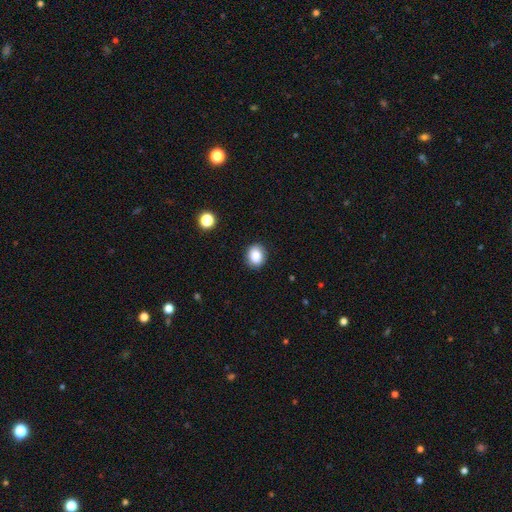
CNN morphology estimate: A smooth galaxy with no disk features (85%) that is round (58%).

Vote fractions:
- Smooth or featured? smooth: 85% / star or artifact: 9% / featured or disk: 6%
- How rounded? round: 58% / in between: 41% / cigar-shaped: 1%
- Merging? none: 87% / minor disturbance: 10% / major disturbance: 2% / merger: 1%